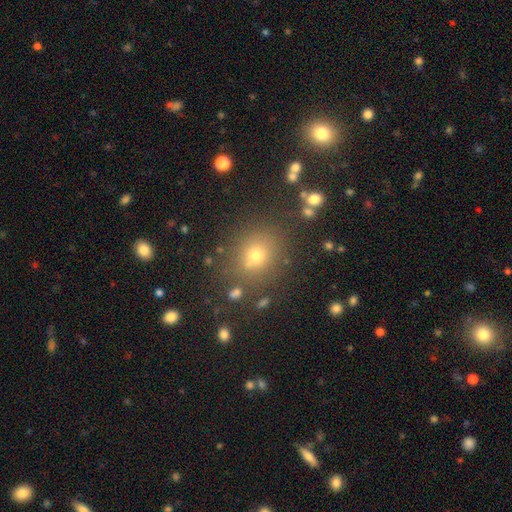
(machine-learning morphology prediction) Smooth or featured? smooth (65%)
How rounded? round (74%)
Merging? none (83%)